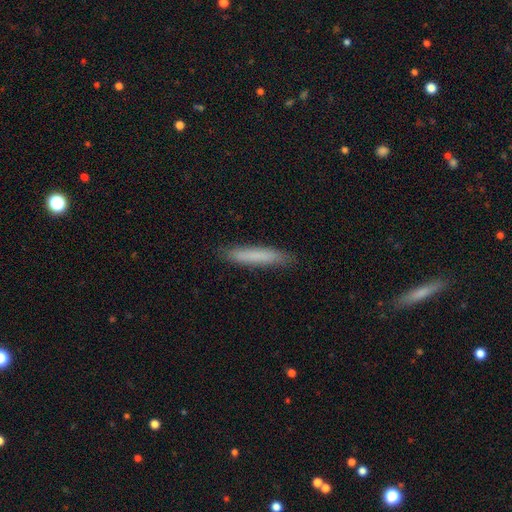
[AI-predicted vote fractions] A smooth galaxy with no disk features (77%) that is cigar-shaped (93%).

Vote fractions:
- Smooth or featured? smooth: 77% / featured or disk: 16% / star or artifact: 6%
- How rounded? cigar-shaped: 93% / in between: 5% / round: 1%
- Merging? none: 88% / minor disturbance: 9% / major disturbance: 2% / merger: 1%